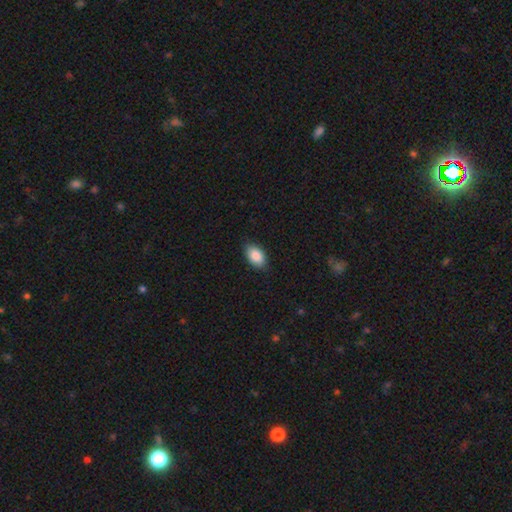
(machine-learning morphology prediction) Smooth or featured? Predicted: smooth (p=0.88). How rounded? Predicted: in between (p=0.92). Merging? Predicted: none (p=0.84).